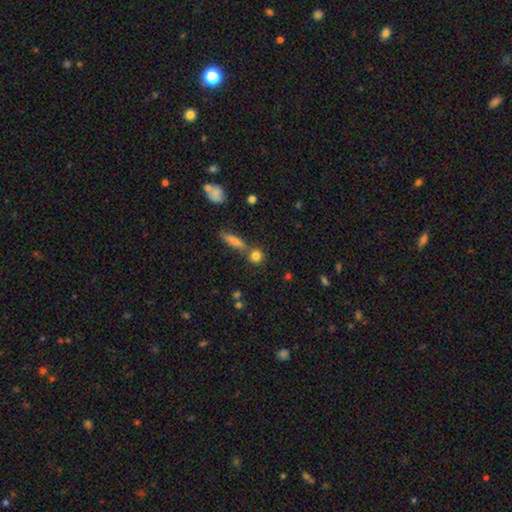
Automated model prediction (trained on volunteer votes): Morphology: type=smooth (80%); roundness=round (81%); merging=none (68%).